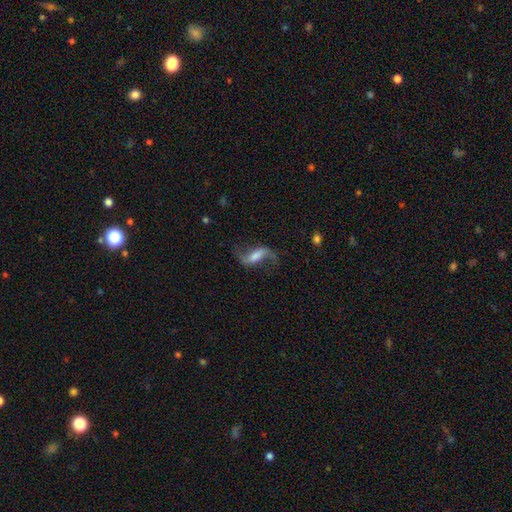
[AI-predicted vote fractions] Smooth or featured: featured or disk — 79% (smooth — 13%)
Edge-on disk: no — 94% (yes — 6%)
Bar: weak — 40% (strong — 39%)
Spiral arms: yes — 94% (no — 6%)
Spiral winding: loose — 88% (medium — 10%)
Spiral arm count: 2 — 92% (1 — 4%)
Bulge size: none — 29% (moderate — 27%)
Merging: none — 70% (minor disturbance — 15%)